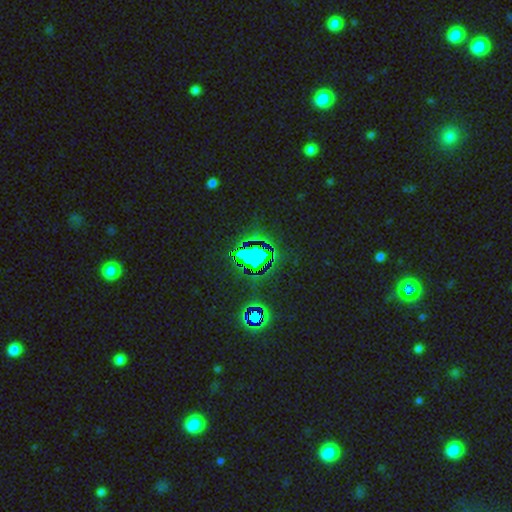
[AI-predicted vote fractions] A star or artifact, not a galaxy (74%).

Vote fractions:
- Smooth or featured? star or artifact: 74% / smooth: 16% / featured or disk: 10%